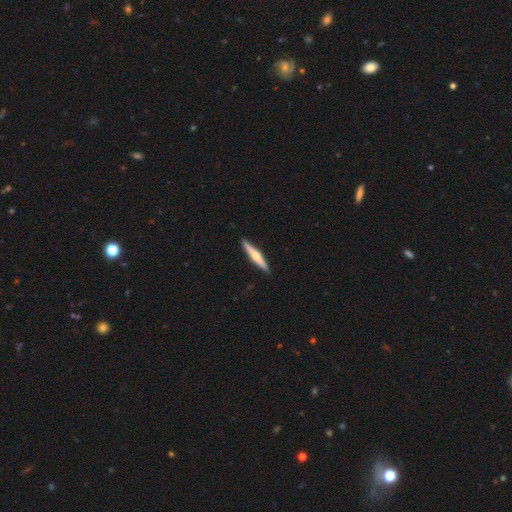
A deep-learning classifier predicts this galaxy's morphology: featured or disk 56%, smooth 39%, star or artifact 5%. Down the decision tree: edge-on disk — yes (97%); edge-on bulge — rounded (85%); merging — none (92%).